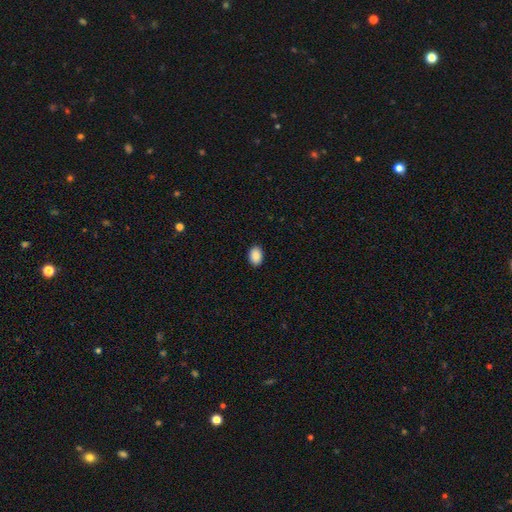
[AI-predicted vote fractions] This appears to be a smooth galaxy with no disk features (90%) that is in between round and cigar-shaped (81%). Merging: none (91%).